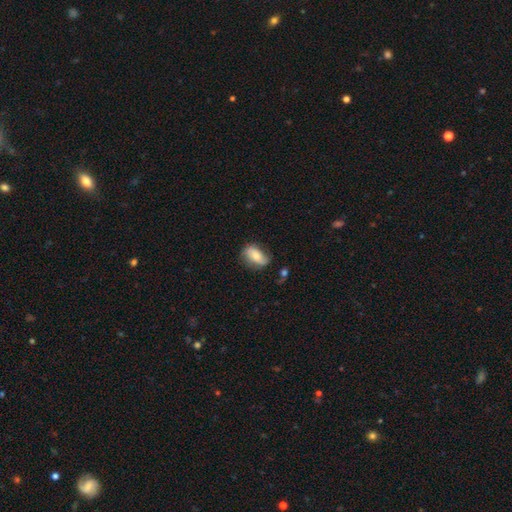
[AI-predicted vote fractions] A smooth galaxy with no disk features (66%) that is in between round and cigar-shaped (87%).

Vote fractions:
- Smooth or featured? smooth: 66% / featured or disk: 27% / star or artifact: 7%
- How rounded? in between: 87% / round: 8% / cigar-shaped: 5%
- Merging? none: 67% / minor disturbance: 24% / major disturbance: 7% / merger: 3%